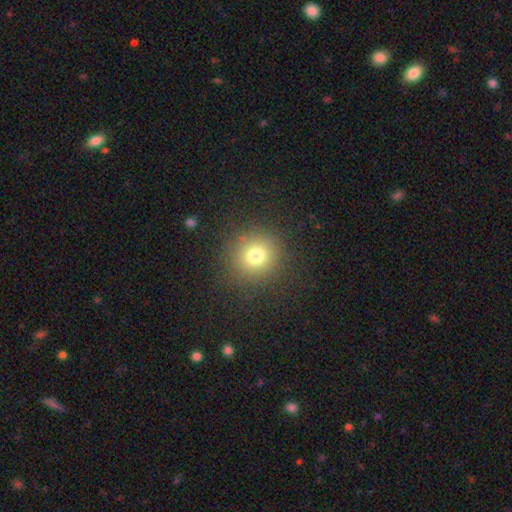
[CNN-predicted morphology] Smooth or featured: smooth — 75% (star or artifact — 16%)
How rounded: round — 93% (in between — 6%)
Merging: none — 87% (minor disturbance — 7%)